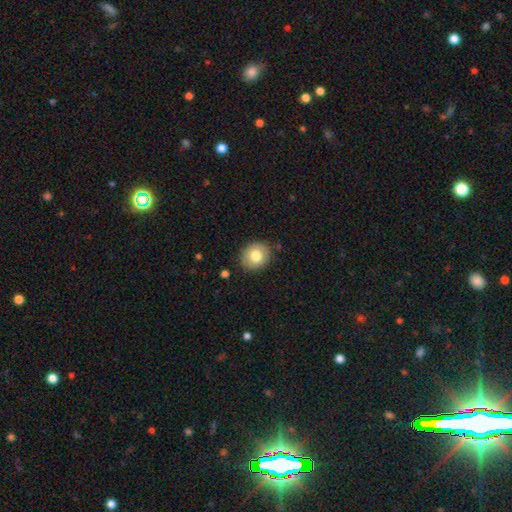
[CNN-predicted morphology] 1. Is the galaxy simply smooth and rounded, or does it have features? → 76% smooth, 16% featured or disk, 8% star or artifact.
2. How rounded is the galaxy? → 70% round, 30% in between, 1% cigar-shaped.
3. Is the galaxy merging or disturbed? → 87% none, 10% minor disturbance, 2% major disturbance, 1% merger.